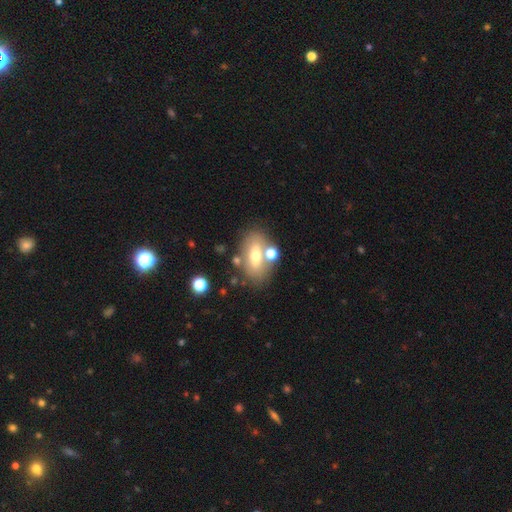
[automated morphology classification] Smooth or featured? smooth (55%)
How rounded? in between (83%)
Merging? none (67%)